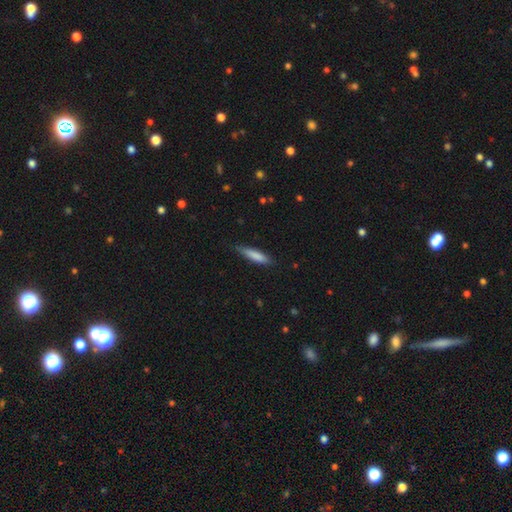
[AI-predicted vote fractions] Q: Smooth or featured?
A: smooth (79%); runner-up: featured or disk (15%)
Q: How rounded?
A: cigar-shaped (80%); runner-up: in between (18%)
Q: Merging?
A: none (78%); runner-up: minor disturbance (18%)